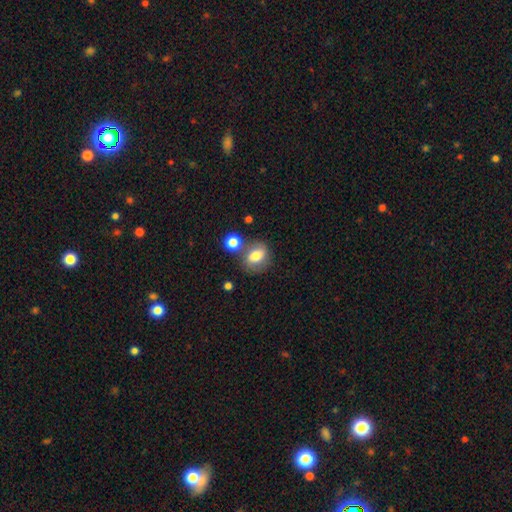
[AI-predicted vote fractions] A smooth galaxy with no disk features (71%) that is in between round and cigar-shaped (58%). Merging: none (58%).